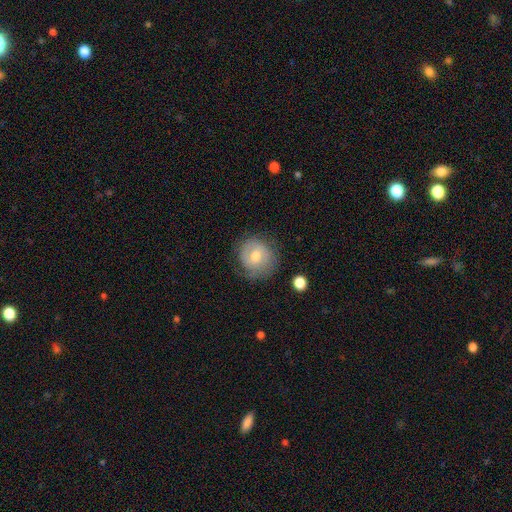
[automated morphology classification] Smooth or featured? Predicted: smooth (p=0.49). Merging? Predicted: none (p=0.68).